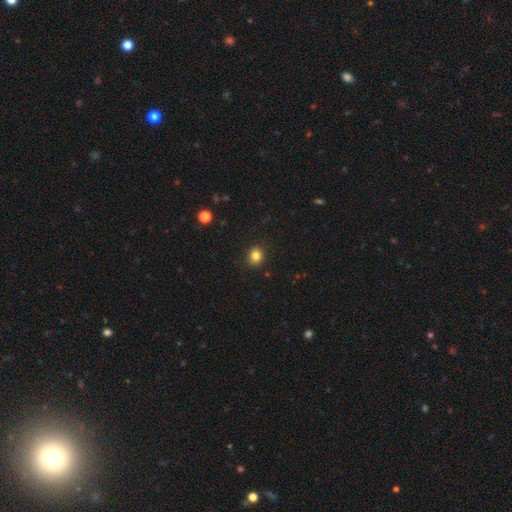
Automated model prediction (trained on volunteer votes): Smooth or featured: smooth — 83% (star or artifact — 12%)
How rounded: round — 73% (in between — 26%)
Merging: none — 87% (minor disturbance — 9%)